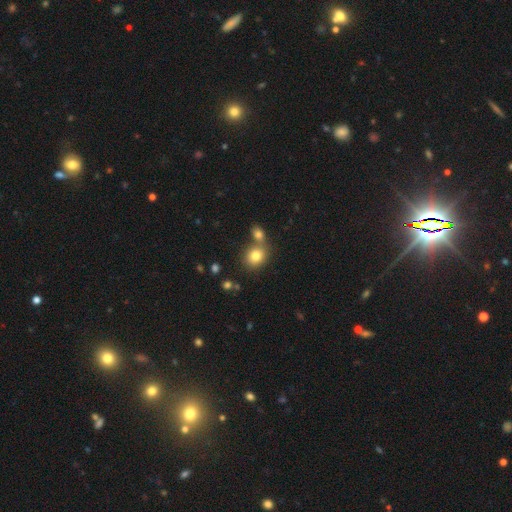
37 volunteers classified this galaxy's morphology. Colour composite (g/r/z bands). It shows a smooth galaxy with no disk features (78%) that is round (66%). Merging: merger (49%).